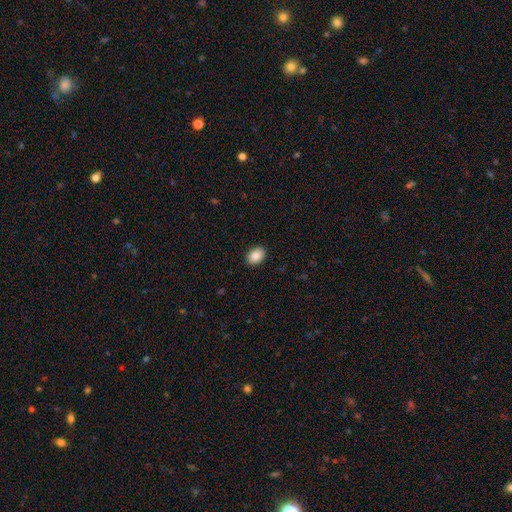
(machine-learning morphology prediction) Smooth or featured? smooth (88%)
How rounded? in between (77%)
Merging? none (91%)